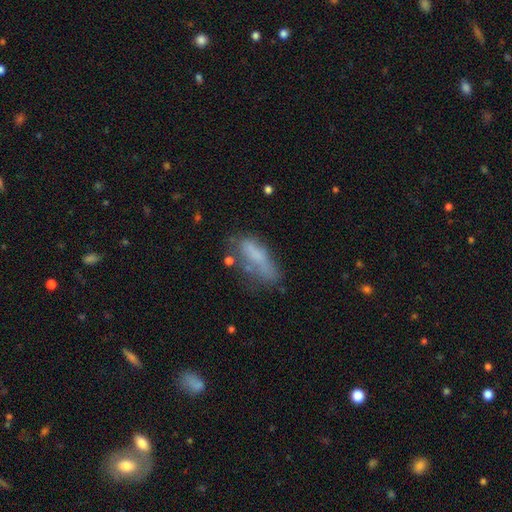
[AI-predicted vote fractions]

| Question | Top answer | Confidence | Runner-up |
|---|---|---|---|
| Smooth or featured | smooth | 60% | featured or disk (28%) |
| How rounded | in between | 60% | cigar-shaped (37%) |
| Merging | none | 37% | minor disturbance (28%) |